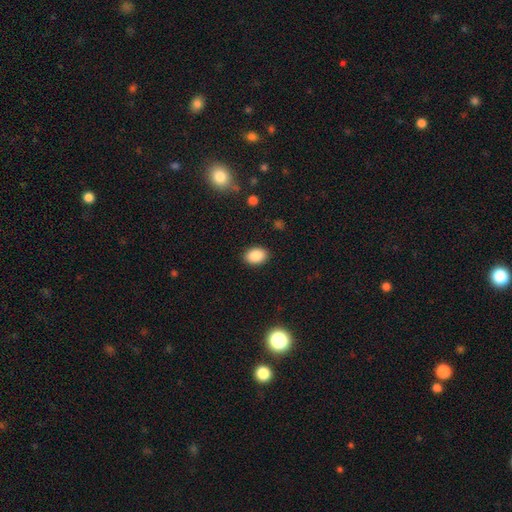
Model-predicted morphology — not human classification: Smooth or featured? smooth (88%)
How rounded? in between (79%)
Merging? none (89%)